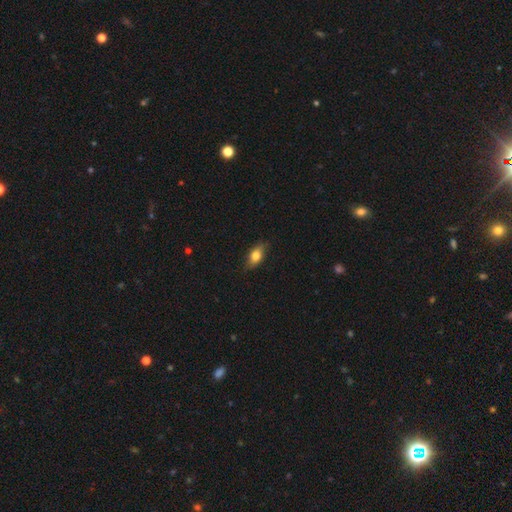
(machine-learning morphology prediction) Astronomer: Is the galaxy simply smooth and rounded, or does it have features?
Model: smooth — 78%.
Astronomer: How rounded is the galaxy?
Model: in between — 83%.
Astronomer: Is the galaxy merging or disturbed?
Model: none — 78%.